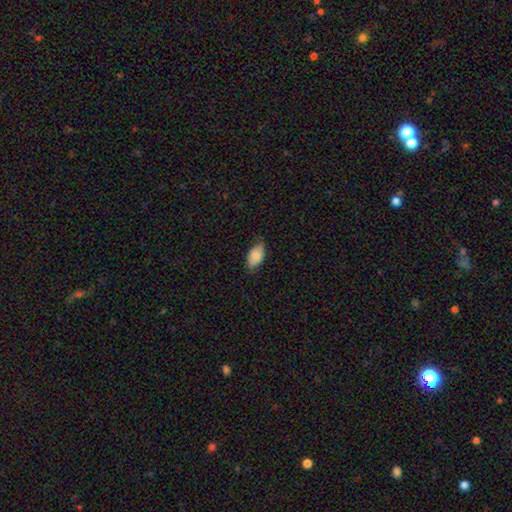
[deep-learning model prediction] Overall: smooth (78%). How rounded: in between (93%). Merging: none (71%).